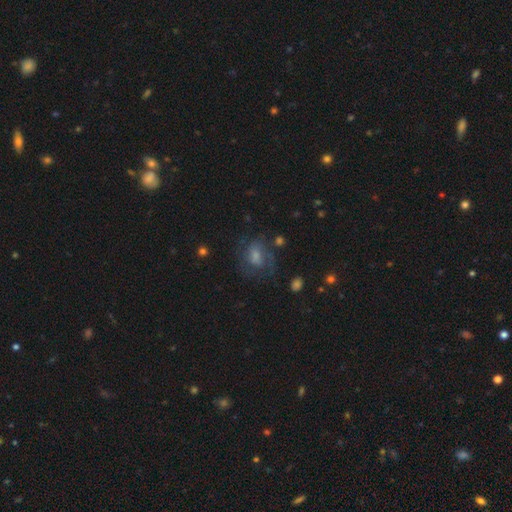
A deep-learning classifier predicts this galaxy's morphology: smooth-or-featured: featured or disk: 53% | smooth: 28% | star or artifact: 19%
  disk-edge-on: no: 96% | yes: 4%
    bar: weak: 43% (tied) | no: 43% (tied) | strong: 13%
    has-spiral-arms: yes: 81% | no: 19%
    bulge-size: moderate: 39% | small: 29% | large: 16% | none: 13% | dominant: 3%
  merging: none: 64% | minor disturbance: 18% | major disturbance: 15% | merger: 3%